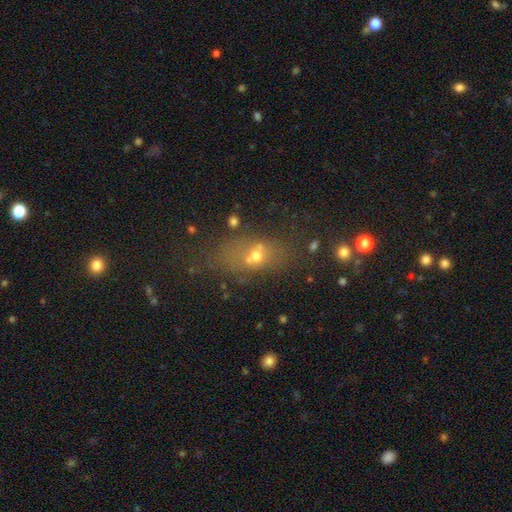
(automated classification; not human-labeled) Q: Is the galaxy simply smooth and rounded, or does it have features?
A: smooth — 53%.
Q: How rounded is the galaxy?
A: in between — 64%.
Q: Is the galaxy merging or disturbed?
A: none — 70%.